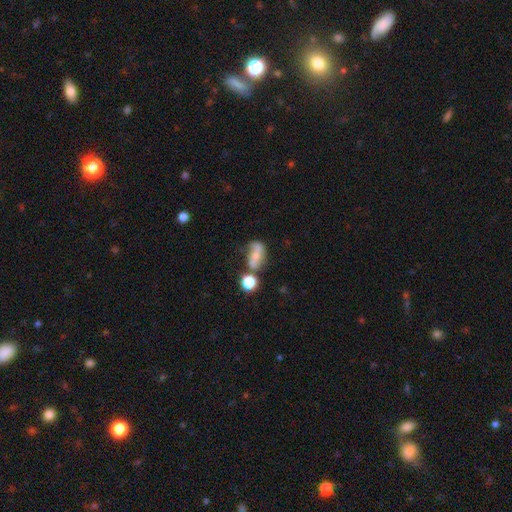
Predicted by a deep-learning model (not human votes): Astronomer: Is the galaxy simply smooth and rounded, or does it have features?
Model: smooth — 50% (runner-up: featured or disk, 38%).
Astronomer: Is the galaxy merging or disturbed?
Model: none — 44% (runner-up: minor disturbance, 23%).